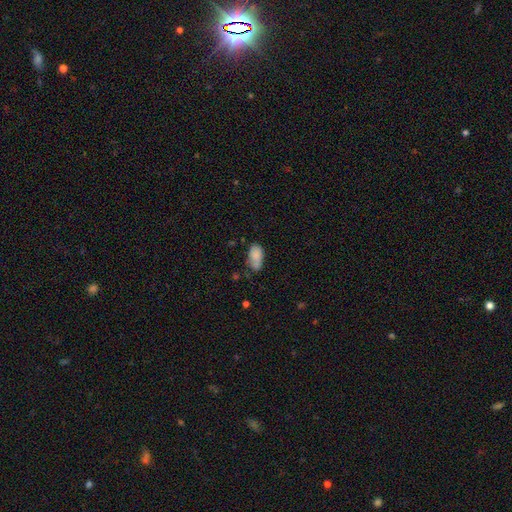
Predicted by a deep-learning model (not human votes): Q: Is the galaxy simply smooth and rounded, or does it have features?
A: smooth — 83%.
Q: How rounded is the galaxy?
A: in between — 93%.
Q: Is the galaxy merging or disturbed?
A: none — 53%.